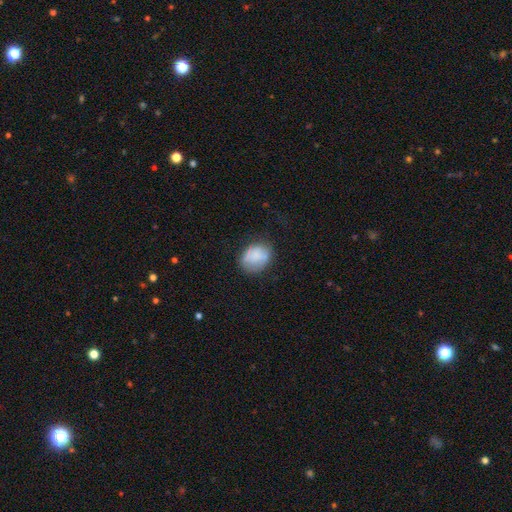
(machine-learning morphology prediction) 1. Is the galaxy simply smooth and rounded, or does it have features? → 74% smooth, 18% featured or disk, 8% star or artifact.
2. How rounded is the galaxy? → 56% in between, 43% round, 1% cigar-shaped.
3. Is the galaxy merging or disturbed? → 62% none, 26% minor disturbance, 10% major disturbance, 2% merger.